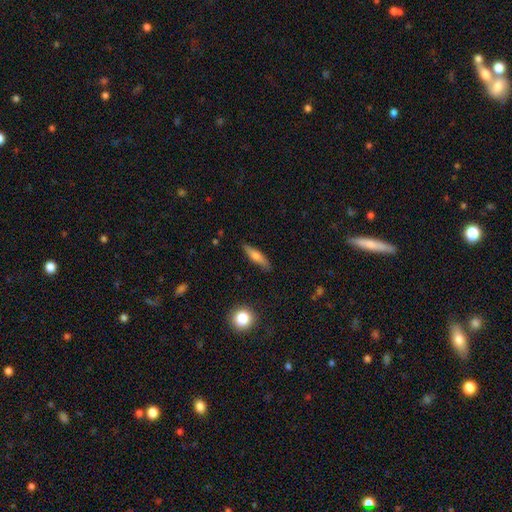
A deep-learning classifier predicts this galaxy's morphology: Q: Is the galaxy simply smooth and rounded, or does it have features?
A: smooth — 57%.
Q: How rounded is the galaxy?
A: cigar-shaped — 78%.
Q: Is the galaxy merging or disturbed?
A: none — 86%.